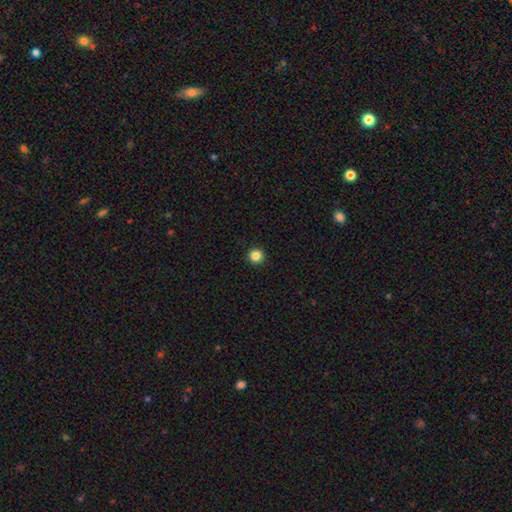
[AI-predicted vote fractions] Smooth or featured? smooth (85%)
How rounded? round (96%)
Merging? none (94%)